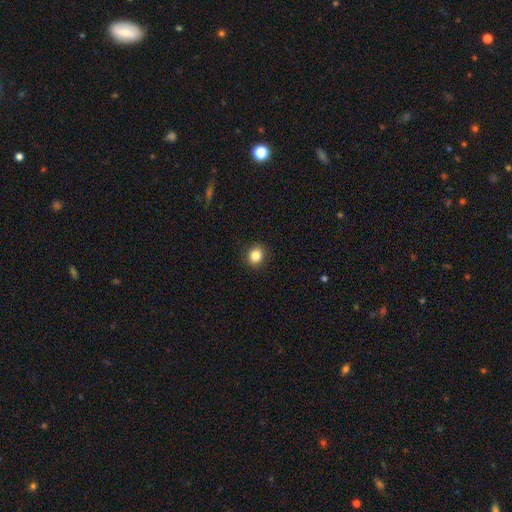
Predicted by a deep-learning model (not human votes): This appears to be a smooth galaxy with no disk features (84%) that is round (69%). Merging: none (90%).